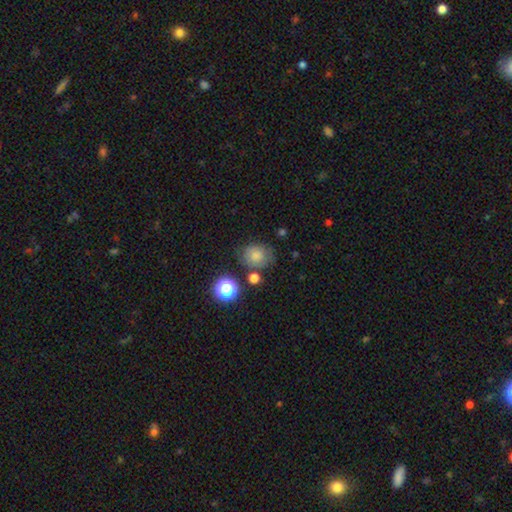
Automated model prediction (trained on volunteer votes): Smooth or featured? smooth (76%)
How rounded? round (66%)
Merging? none (65%)